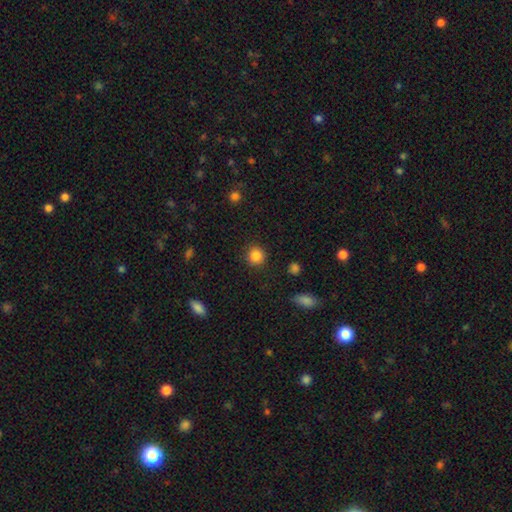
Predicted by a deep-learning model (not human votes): Smooth or featured?
  - smooth: 86% *
  - star or artifact: 10%
  - featured or disk: 4%
How rounded?
  - round: 91% *
  - in between: 8%
  - cigar-shaped: 1%
Merging?
  - none: 89% *
  - minor disturbance: 7%
  - major disturbance: 3%
  - merger: 1%